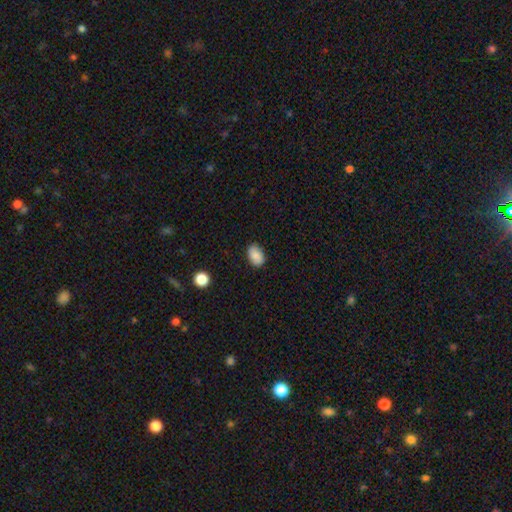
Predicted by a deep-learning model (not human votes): This is clearly a smooth galaxy (86%). How rounded: clearly in between (85%). Merging: clearly none (84%).